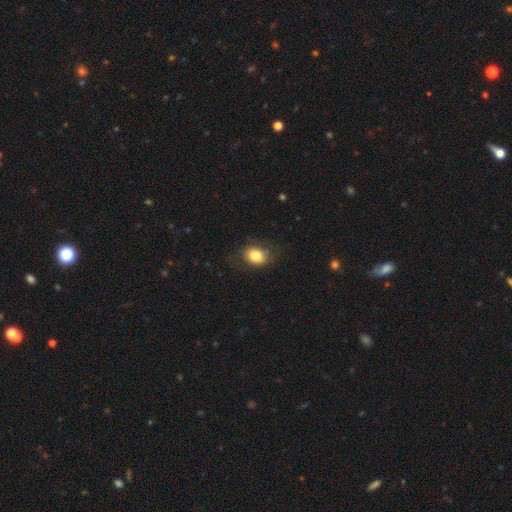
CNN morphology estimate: Smooth or featured: smooth — 79% (featured or disk — 12%)
How rounded: in between — 55% (round — 44%)
Merging: none — 69% (minor disturbance — 20%)